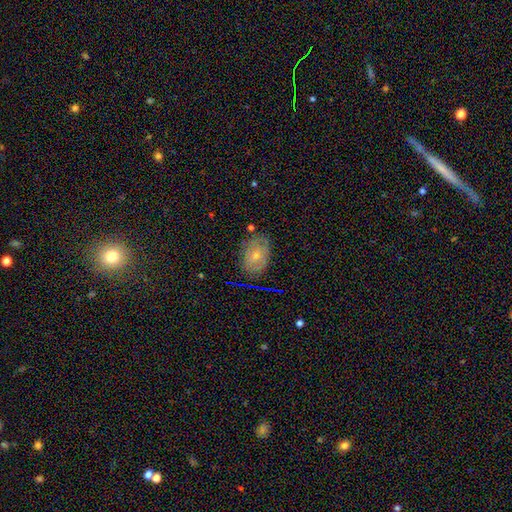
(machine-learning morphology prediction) Smooth or featured: smooth — 48% (featured or disk — 38%)
Merging: none — 71% (minor disturbance — 20%)